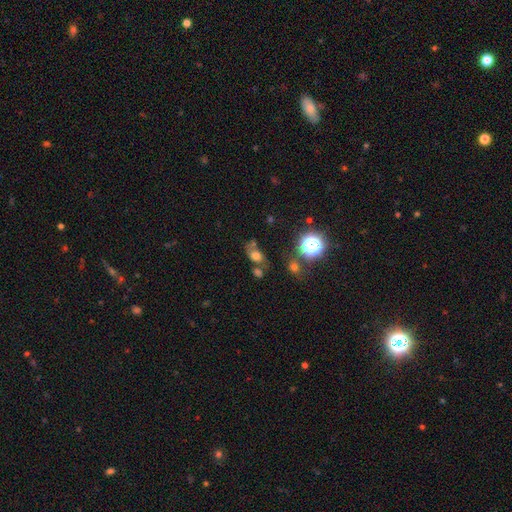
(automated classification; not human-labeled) smooth-or-featured: smooth: 60% | star or artifact: 21% | featured or disk: 19%
  how-rounded: in between: 67% | round: 30% | cigar-shaped: 4%
  merging: none: 48% | merger: 21% | minor disturbance: 20% | major disturbance: 11%